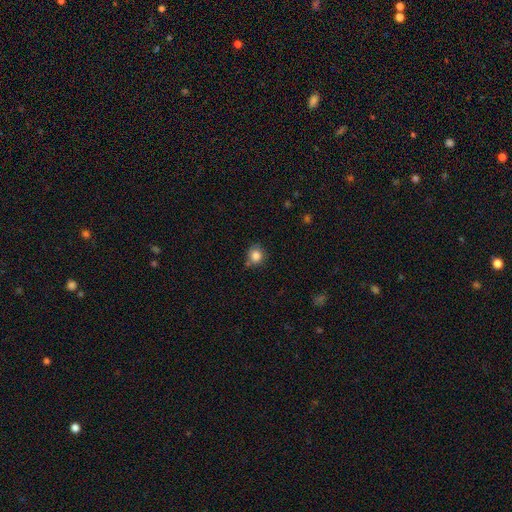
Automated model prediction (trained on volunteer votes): This is clearly a smooth galaxy (84%). How rounded: clearly round (87%). Merging: likely none (74%).